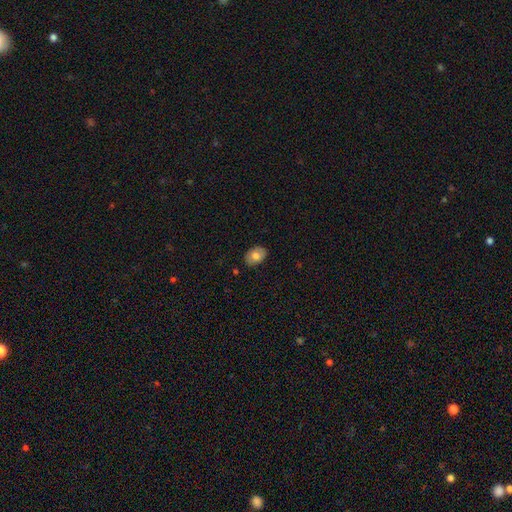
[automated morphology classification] type=smooth (75%); roundness=in between (81%); merging=none (83%).